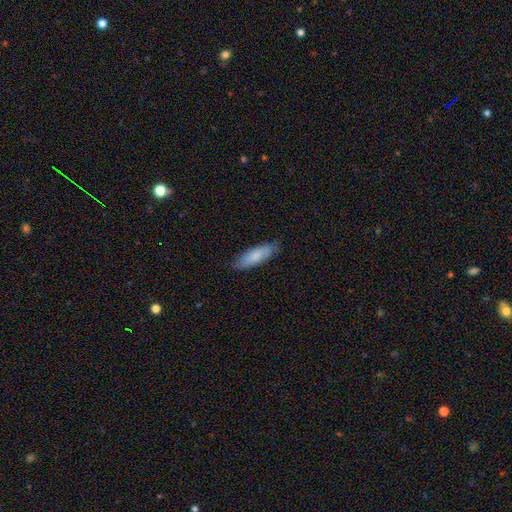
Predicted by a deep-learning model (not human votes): The model was most divided on "how rounded": cigar-shaped: 52%, in between: 47%, round: 1%. More confident: merging — none (82%); smooth or featured — smooth (80%).